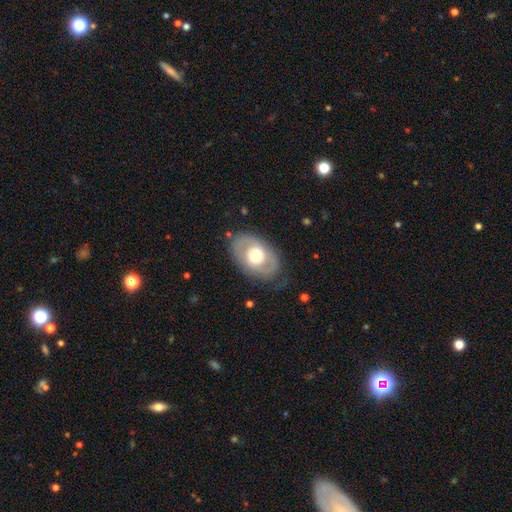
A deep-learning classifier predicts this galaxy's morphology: A featured or disk galaxy (61%) with no bar (75%), no spiral arms (53%) and a moderate central bulge (61%). Merging: none (77%).